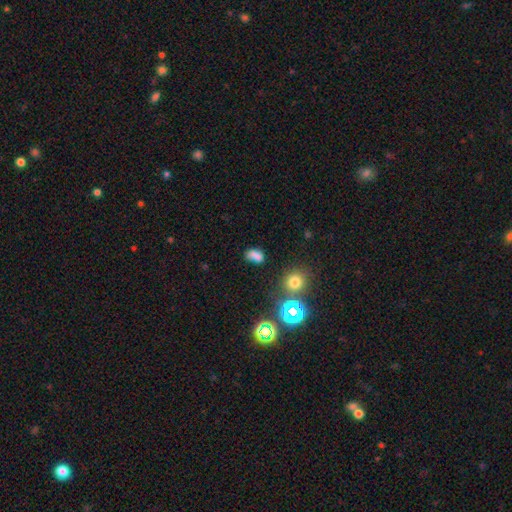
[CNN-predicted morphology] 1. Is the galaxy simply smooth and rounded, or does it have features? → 70% smooth, 20% star or artifact, 10% featured or disk.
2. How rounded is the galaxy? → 77% in between, 20% round, 3% cigar-shaped.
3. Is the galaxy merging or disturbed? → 51% none, 22% merger, 19% minor disturbance, 9% major disturbance.